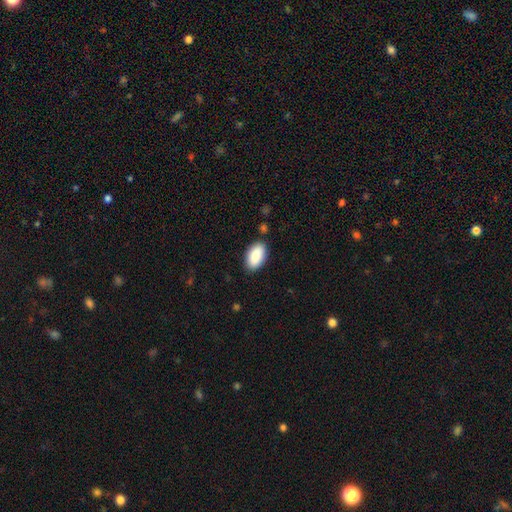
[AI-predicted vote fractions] Q: Smooth or featured?
A: smooth (88%); runner-up: star or artifact (6%)
Q: How rounded?
A: in between (94%); runner-up: round (3%)
Q: Merging?
A: none (85%); runner-up: minor disturbance (10%)